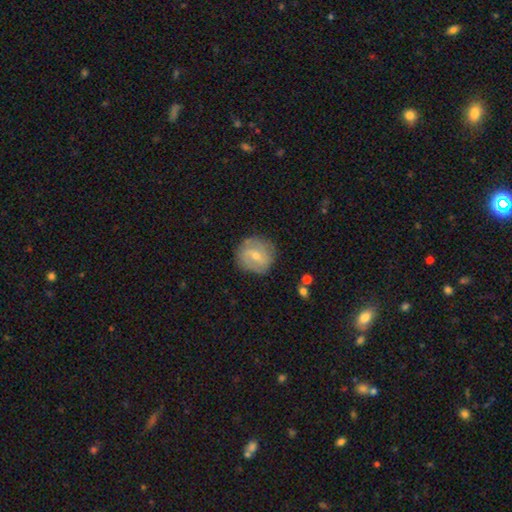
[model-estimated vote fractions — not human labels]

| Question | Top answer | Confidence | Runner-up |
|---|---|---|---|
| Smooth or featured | featured or disk | 61% | smooth (31%) |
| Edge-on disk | no | 96% | yes (4%) |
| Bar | weak | 52% | no (28%) |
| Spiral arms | yes | 77% | no (23%) |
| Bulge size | small | 50% | moderate (46%) |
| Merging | none | 82% | minor disturbance (13%) |